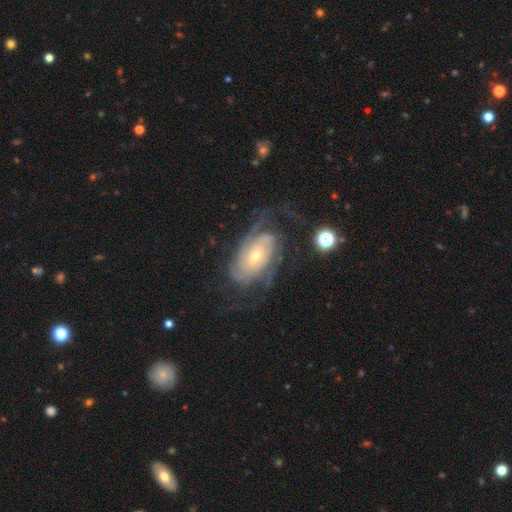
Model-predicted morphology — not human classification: This appears to be a featured or disk galaxy (84%) with no bar (64%), 2 (35%) tight (49%) spiral arms (94%) and a small central bulge (63%). Merging: none (57%).